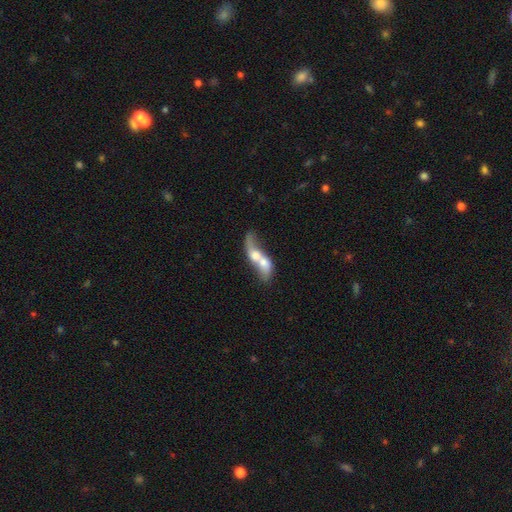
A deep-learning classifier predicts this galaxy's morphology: Smooth or featured: smooth — 48% (featured or disk — 44%)
Merging: merger — 81% (major disturbance — 7%)